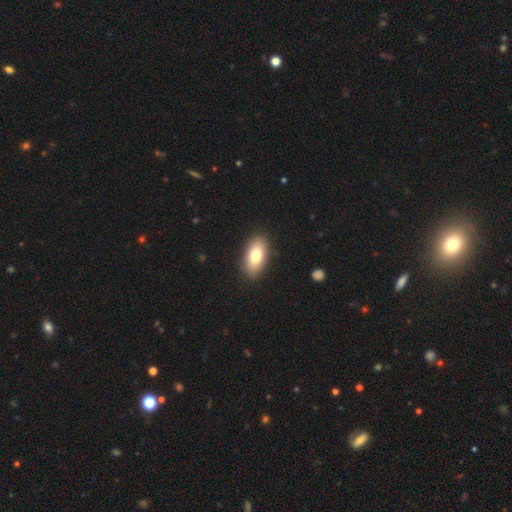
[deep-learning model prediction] This is likely a smooth galaxy (78%). How rounded: clearly in between (90%). Merging: clearly none (89%).